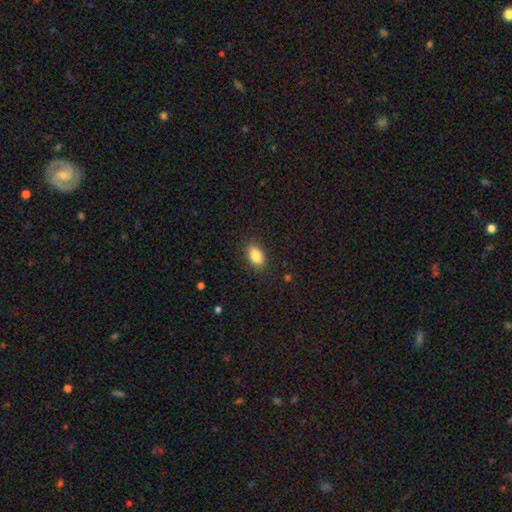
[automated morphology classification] This is clearly a smooth galaxy (86%). How rounded: clearly in between (89%). Merging: clearly none (87%).